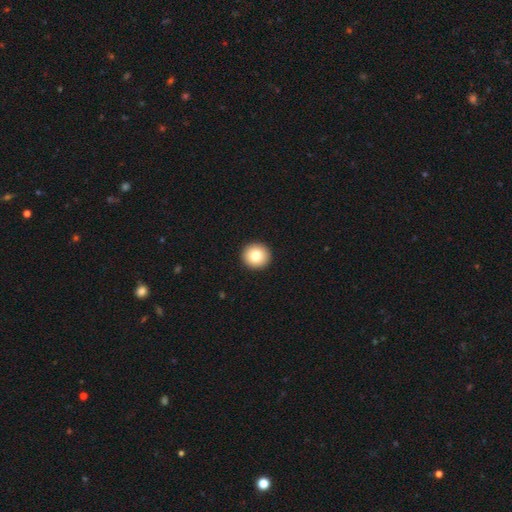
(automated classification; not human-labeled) smooth_or_featured: smooth (p=0.79) [alt: featured or disk p=0.12]
how_rounded: round (p=0.95) [alt: in between p=0.04]
merging: none (p=0.94) [alt: minor disturbance p=0.04]